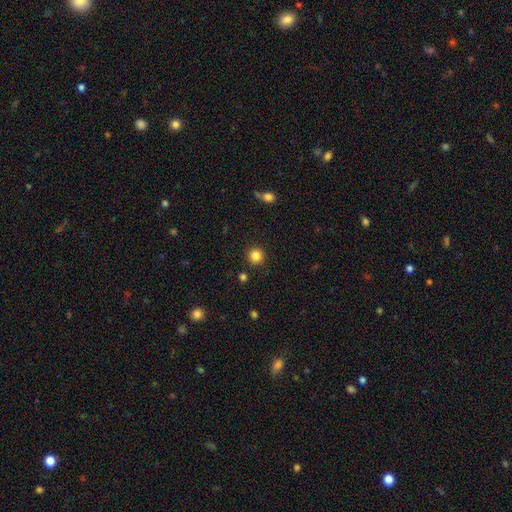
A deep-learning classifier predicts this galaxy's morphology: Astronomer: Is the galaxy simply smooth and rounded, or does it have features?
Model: smooth — 85%.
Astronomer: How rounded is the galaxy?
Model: round — 95%.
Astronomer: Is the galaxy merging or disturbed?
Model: none — 91%.